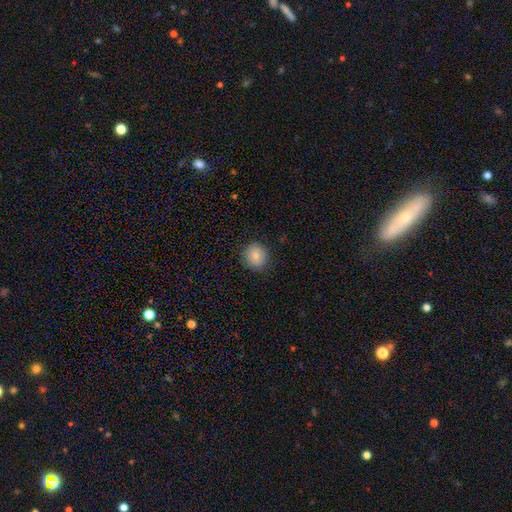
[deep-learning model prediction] Q: Smooth or featured?
A: smooth (82%); runner-up: featured or disk (10%)
Q: How rounded?
A: round (87%); runner-up: in between (12%)
Q: Merging?
A: none (88%); runner-up: minor disturbance (9%)